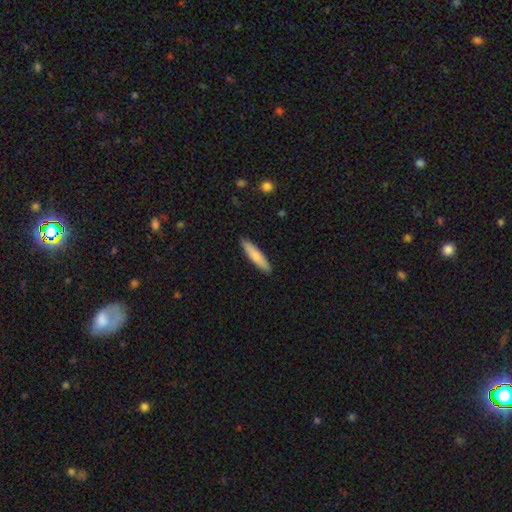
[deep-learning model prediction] A smooth galaxy with no disk features (79%) that is cigar-shaped (83%). Merging: none (90%).